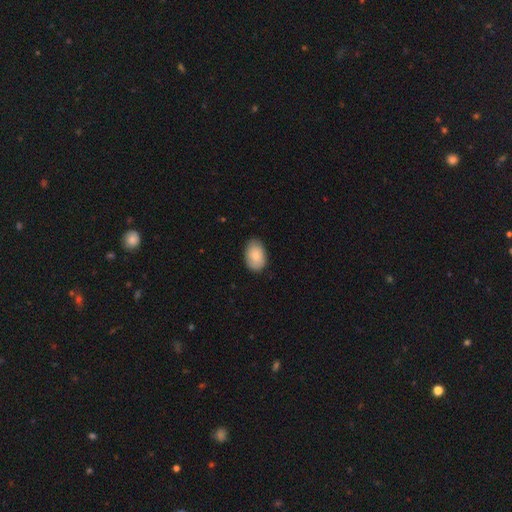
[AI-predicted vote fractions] This is clearly a smooth galaxy (82%). How rounded: clearly in between (86%). Merging: clearly none (83%).